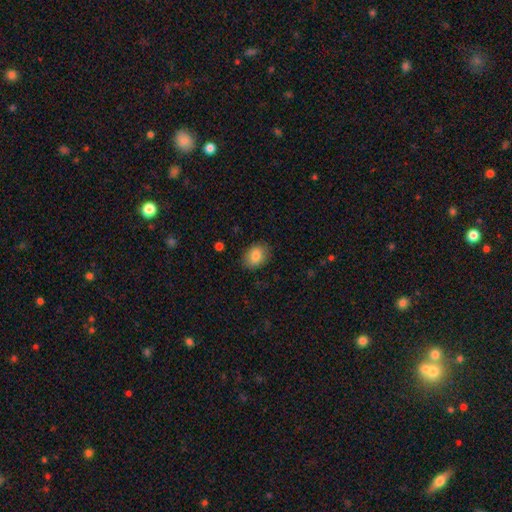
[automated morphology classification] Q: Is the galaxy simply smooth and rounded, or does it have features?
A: smooth — 83%.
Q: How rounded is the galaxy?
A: in between — 70%.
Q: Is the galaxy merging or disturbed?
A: none — 84%.